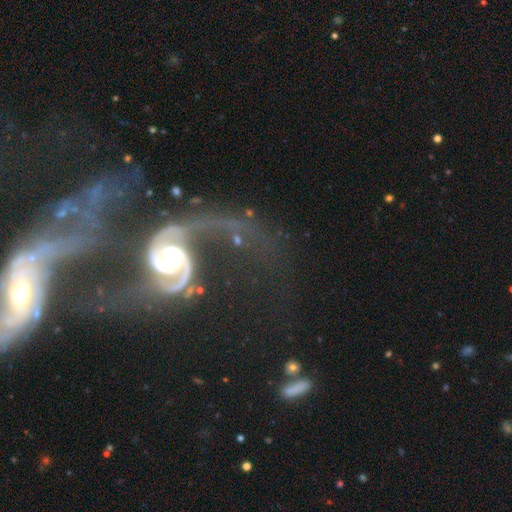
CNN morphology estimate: smooth_or_featured: featured or disk (p=0.88) [alt: star or artifact p=0.07]
disk_edge_on: no (p=0.97) [alt: yes p=0.03]
bar: no (p=0.54) [alt: weak p=0.30]
has_spiral_arms: yes (p=0.96) [alt: no p=0.04]
spiral_winding: loose (p=0.45) [alt: medium p=0.40]
spiral_arm_count: 2 (p=0.88) [alt: 1 p=0.05]
bulge_size: moderate (p=0.46) [alt: large p=0.26]
merging: none (p=0.39) [alt: major disturbance p=0.33]